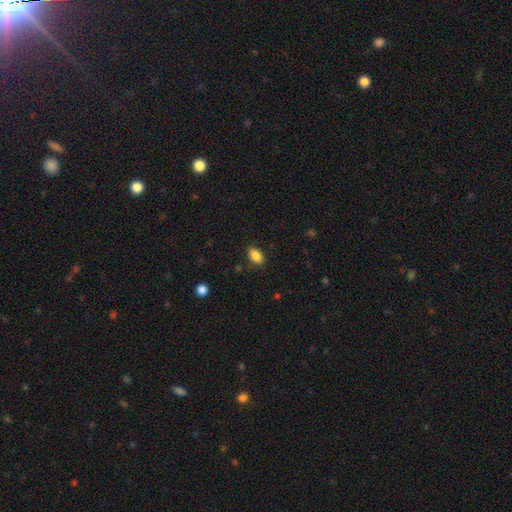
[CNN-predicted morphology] smooth-or-featured: smooth: 88% | star or artifact: 9% | featured or disk: 4%
  how-rounded: in between: 90% | round: 7% | cigar-shaped: 3%
  merging: none: 85% | minor disturbance: 11% | major disturbance: 3% | merger: 1%